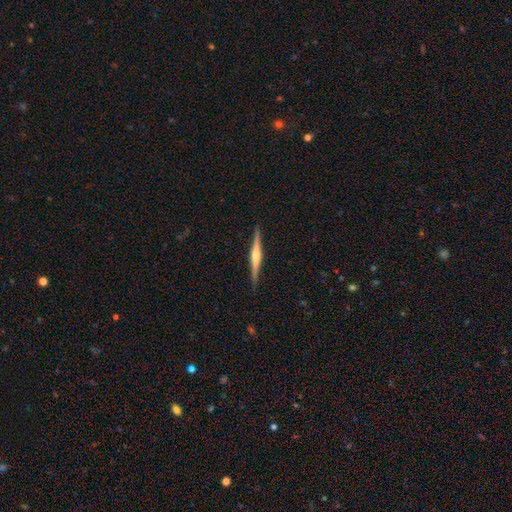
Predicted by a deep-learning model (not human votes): Q: Smooth or featured?
A: featured or disk (76%); runner-up: smooth (19%)
Q: Edge-on disk?
A: yes (98%); runner-up: no (2%)
Q: Edge-on bulge?
A: rounded (80%); runner-up: boxy (12%)
Q: Merging?
A: none (91%); runner-up: minor disturbance (7%)